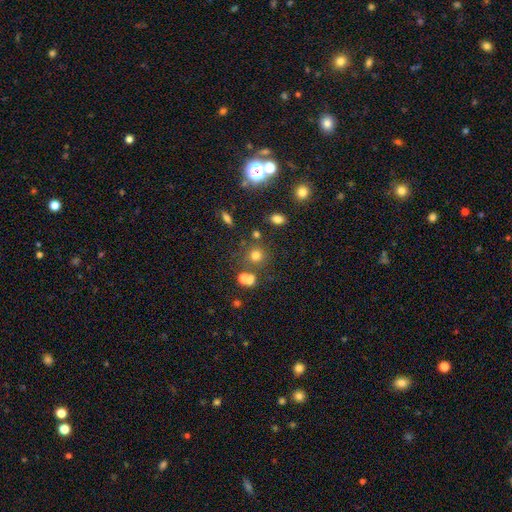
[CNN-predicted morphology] Smooth or featured: smooth — 68% (star or artifact — 21%)
How rounded: round — 87% (in between — 12%)
Merging: none — 69% (merger — 15%)